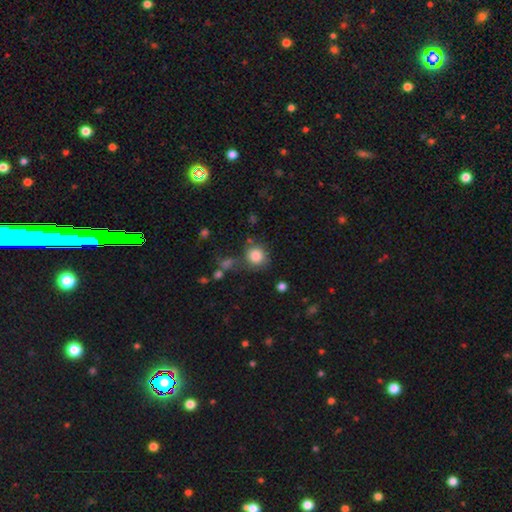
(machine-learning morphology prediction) Smooth or featured: smooth — 84% (star or artifact — 10%)
How rounded: round — 87% (in between — 12%)
Merging: none — 72% (minor disturbance — 14%)